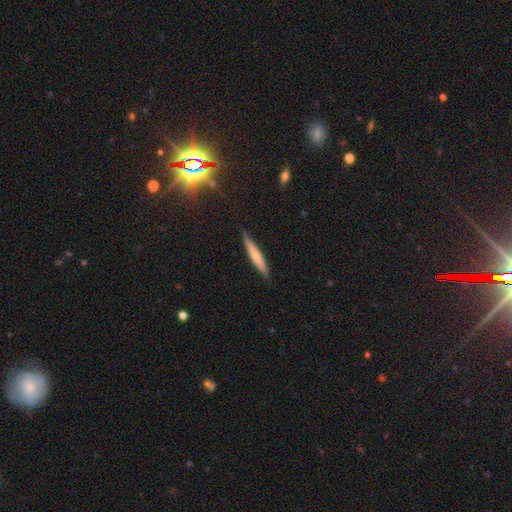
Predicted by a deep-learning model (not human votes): A smooth galaxy with no disk features (57%) that is cigar-shaped (93%). Merging: none (88%).